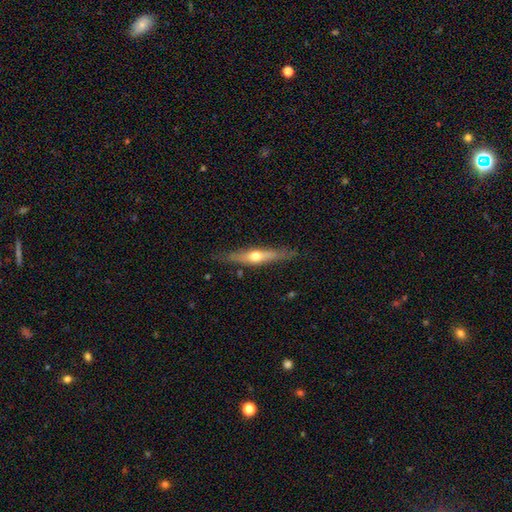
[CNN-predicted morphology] The model was most divided on "smooth or featured": featured or disk: 57%, smooth: 38%, star or artifact: 6%. More confident: edge-on disk — yes (88%); merging — none (81%).